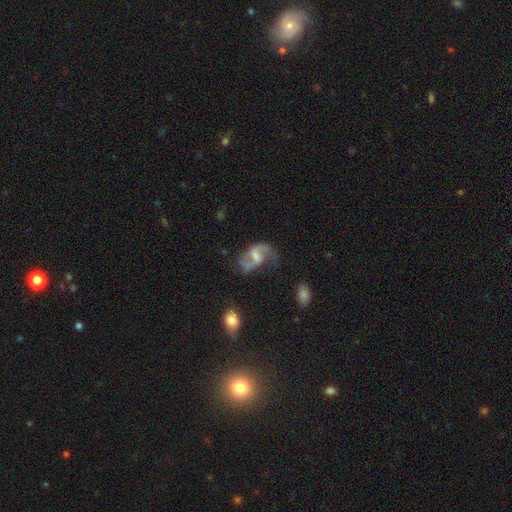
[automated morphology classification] A featured or disk galaxy (79%) with a weak bar (53%), 2 (86%) loose (54%) spiral arms (89%) and a small central bulge (36%, tied with moderate). Merging: none (49%).